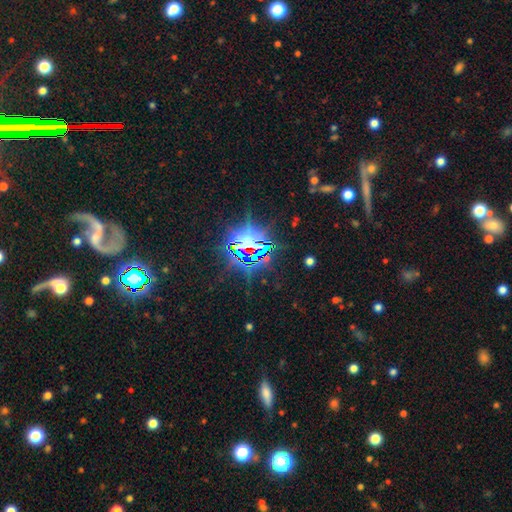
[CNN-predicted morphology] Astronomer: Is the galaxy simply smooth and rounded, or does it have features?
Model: star or artifact — 83%.